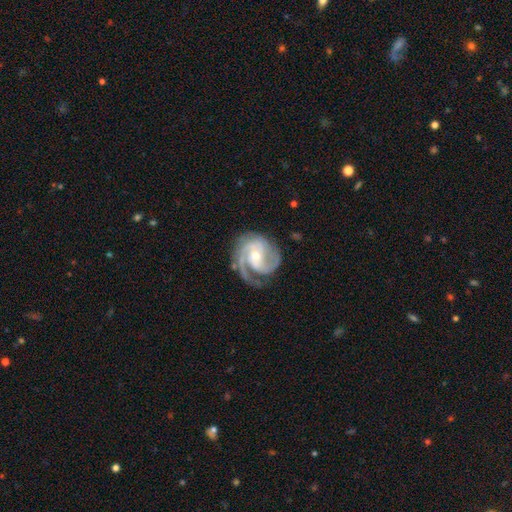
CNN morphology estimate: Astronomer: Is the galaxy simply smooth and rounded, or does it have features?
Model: featured or disk — 91%.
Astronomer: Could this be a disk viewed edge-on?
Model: no — 98%.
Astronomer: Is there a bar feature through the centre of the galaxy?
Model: no — 52% (runner-up: weak, 36%).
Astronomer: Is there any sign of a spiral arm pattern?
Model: yes — 98%.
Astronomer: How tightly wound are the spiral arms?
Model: tight — 52% (runner-up: medium, 40%).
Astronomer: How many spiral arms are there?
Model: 3 — 38% (runner-up: 2, 34%).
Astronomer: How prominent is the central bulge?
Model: small — 49% (runner-up: moderate, 47%).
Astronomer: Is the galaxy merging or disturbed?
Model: none — 69%.